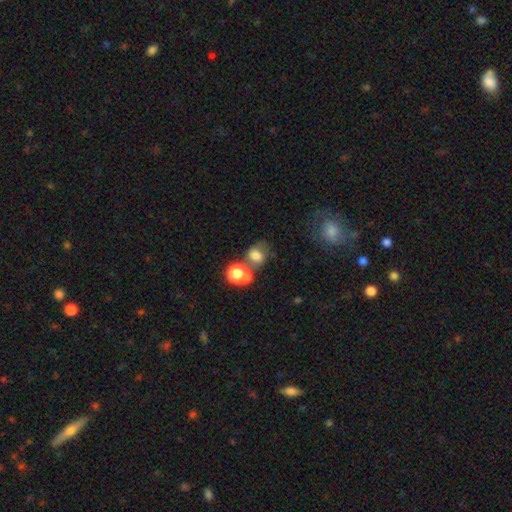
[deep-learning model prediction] Morphology: type=smooth (64%); roundness=round (54%); merging=none (37%, tied with merger).